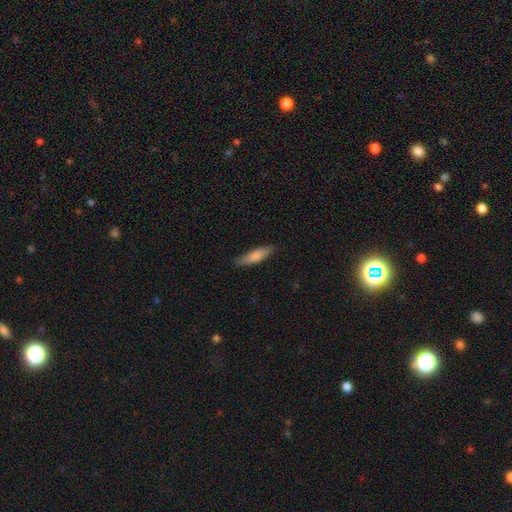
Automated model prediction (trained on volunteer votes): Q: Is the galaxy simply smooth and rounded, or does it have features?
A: smooth — 81%.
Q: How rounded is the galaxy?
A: cigar-shaped — 67%.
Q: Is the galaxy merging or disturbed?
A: none — 81%.